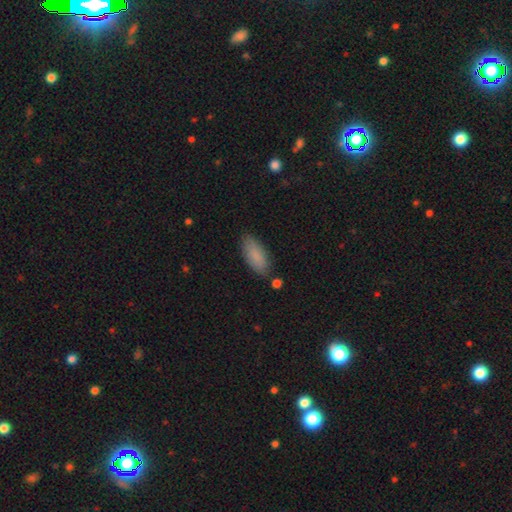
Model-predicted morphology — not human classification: The model was most divided on "how rounded": in between: 81%, cigar-shaped: 18%, round: 2%. More confident: smooth or featured — smooth (87%); merging — none (82%).